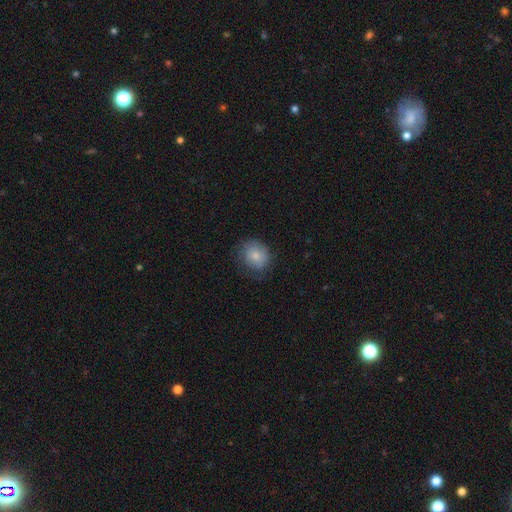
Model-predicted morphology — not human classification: This is likely a smooth galaxy (78%). How rounded: likely round (70%). Merging: likely none (65%).